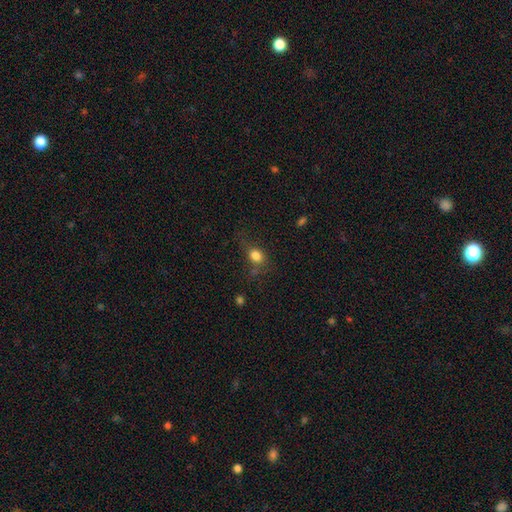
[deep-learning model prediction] Q: Smooth or featured?
A: smooth (80%); runner-up: star or artifact (12%)
Q: How rounded?
A: in between (53%); runner-up: round (45%)
Q: Merging?
A: none (52%); runner-up: minor disturbance (25%)